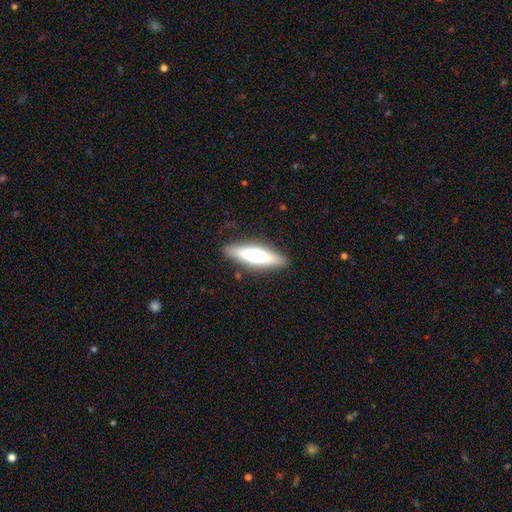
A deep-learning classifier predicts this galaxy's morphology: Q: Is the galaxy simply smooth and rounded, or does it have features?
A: smooth — 53%.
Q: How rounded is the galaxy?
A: cigar-shaped — 69%.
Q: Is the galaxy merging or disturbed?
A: none — 88%.